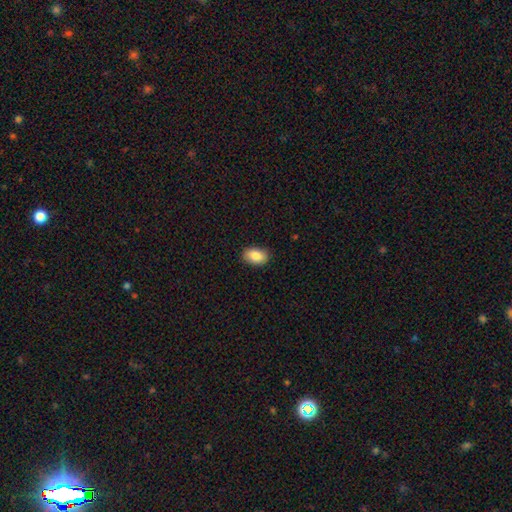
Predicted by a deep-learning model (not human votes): smooth-or-featured: smooth: 86% | star or artifact: 7% | featured or disk: 7%
  how-rounded: in between: 89% | round: 10% | cigar-shaped: 1%
  merging: none: 87% | minor disturbance: 10% | major disturbance: 2% | merger: 1%